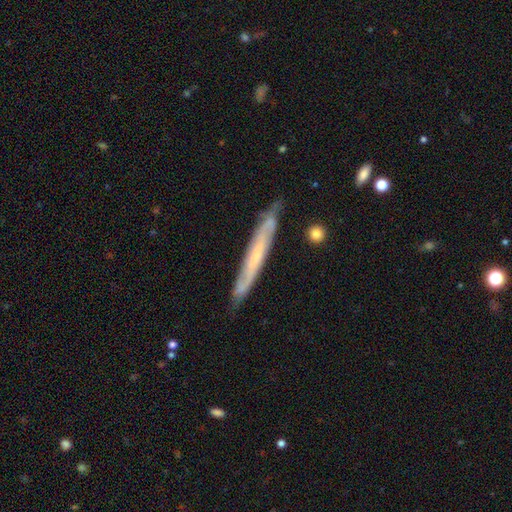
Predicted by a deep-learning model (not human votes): Overall: featured or disk (63%; smooth 31%). Edge-on disk: yes (73%). Merging: none (77%).